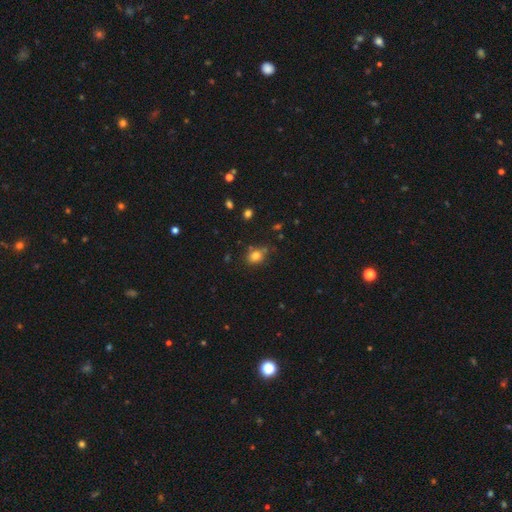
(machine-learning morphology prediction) smooth-or-featured: smooth: 80% | star or artifact: 13% | featured or disk: 8%
  how-rounded: round: 52% | in between: 46% | cigar-shaped: 1%
  merging: none: 69% | minor disturbance: 19% | merger: 7% | major disturbance: 5%